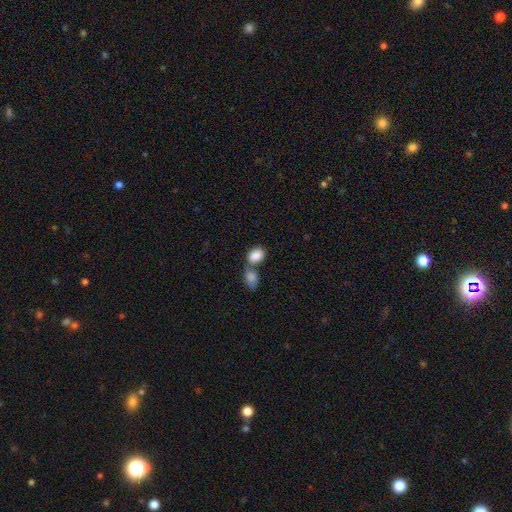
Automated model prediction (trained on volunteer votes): Overall: smooth (87%). How rounded: in between (83%). Merging: merger (51%; none 36%).